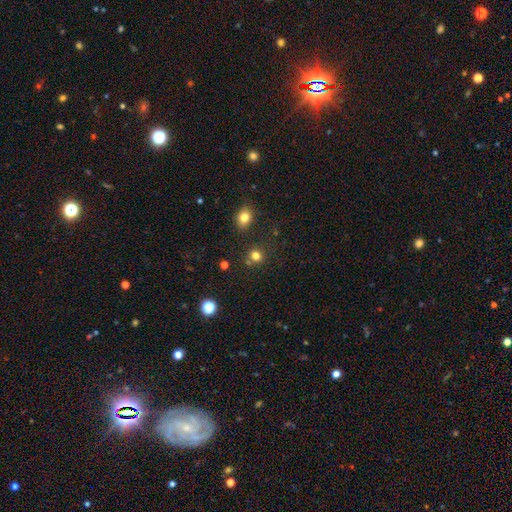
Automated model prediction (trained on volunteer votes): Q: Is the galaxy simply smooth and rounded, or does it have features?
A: smooth — 77%.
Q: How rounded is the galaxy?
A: round — 84%.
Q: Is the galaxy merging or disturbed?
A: none — 74%.